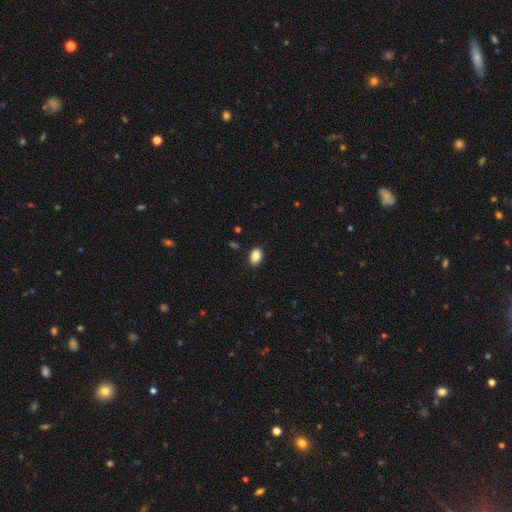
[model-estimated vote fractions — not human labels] Q: Smooth or featured?
A: smooth (88%); runner-up: star or artifact (8%)
Q: How rounded?
A: in between (81%); runner-up: round (18%)
Q: Merging?
A: none (88%); runner-up: minor disturbance (9%)